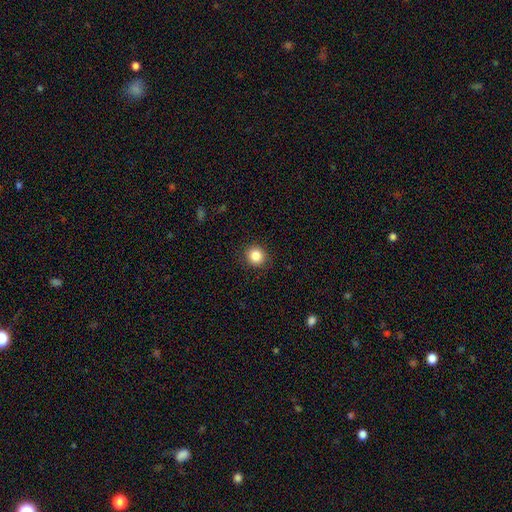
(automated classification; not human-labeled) The model was most divided on "smooth or featured": smooth: 85%, star or artifact: 10%, featured or disk: 5%. More confident: merging — none (91%); how rounded — round (91%).